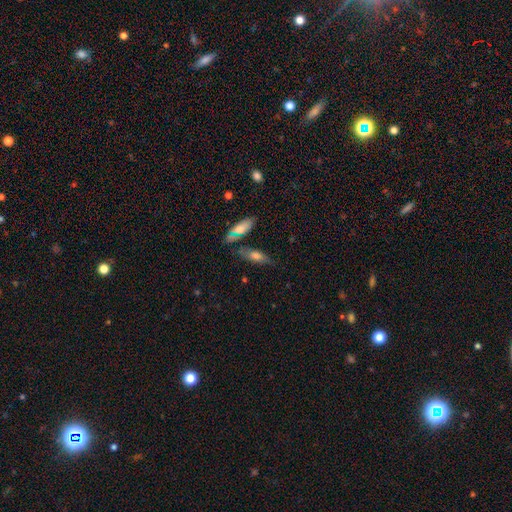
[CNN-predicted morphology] smooth-or-featured: smooth: 62% | featured or disk: 30% | star or artifact: 8%
  how-rounded: in between: 56% | cigar-shaped: 41% | round: 3%
  merging: none: 67% | minor disturbance: 17% | merger: 11% | major disturbance: 5%